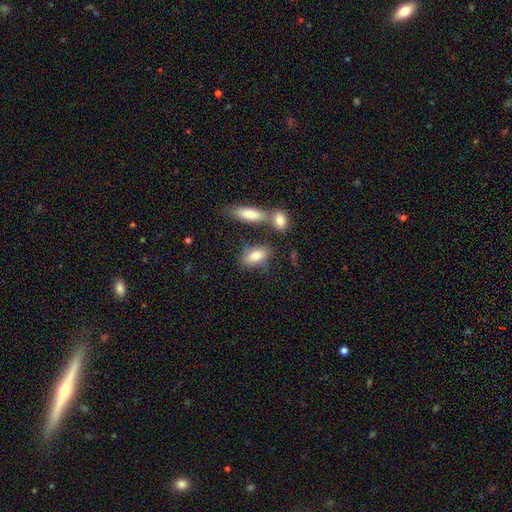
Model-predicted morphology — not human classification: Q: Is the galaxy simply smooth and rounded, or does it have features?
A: smooth — 80%.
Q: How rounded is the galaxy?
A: in between — 86%.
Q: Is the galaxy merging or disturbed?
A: none — 60%.